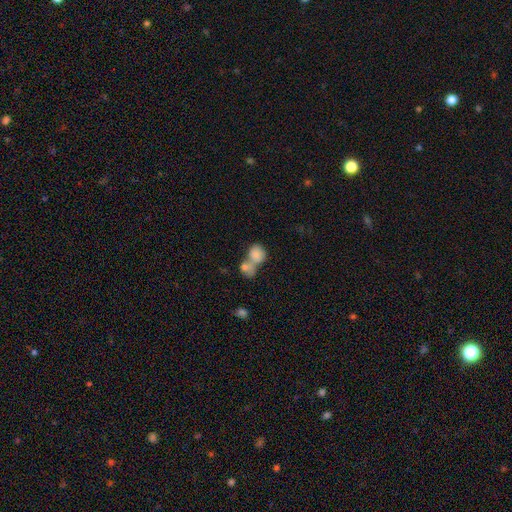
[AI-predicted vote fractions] Smooth or featured? Predicted: smooth (p=0.80). How rounded? Predicted: in between (p=0.49, tied with round). Merging? Predicted: merger (p=0.69).